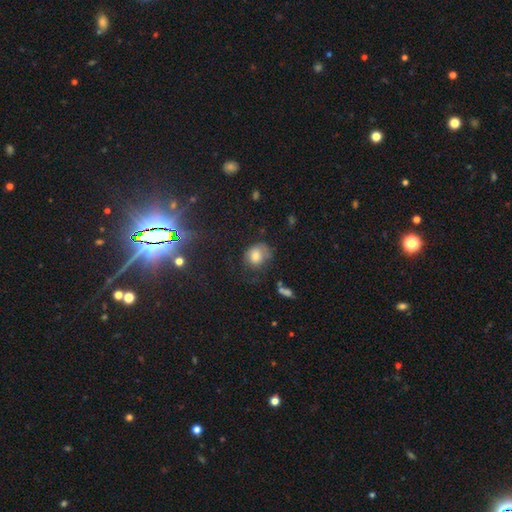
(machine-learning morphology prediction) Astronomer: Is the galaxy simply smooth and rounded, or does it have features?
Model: smooth — 70%.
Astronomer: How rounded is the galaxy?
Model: round — 59% (runner-up: in between, 40%).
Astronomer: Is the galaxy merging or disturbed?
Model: none — 44% (runner-up: minor disturbance, 28%).